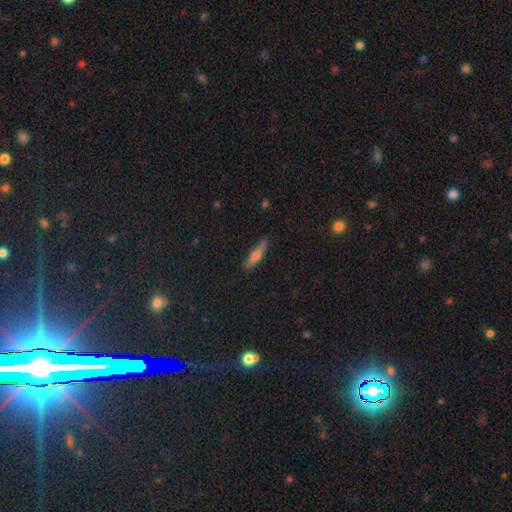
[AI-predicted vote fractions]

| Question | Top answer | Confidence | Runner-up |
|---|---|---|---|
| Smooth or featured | smooth | 65% | featured or disk (26%) |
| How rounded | cigar-shaped | 80% | in between (18%) |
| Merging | none | 80% | minor disturbance (16%) |